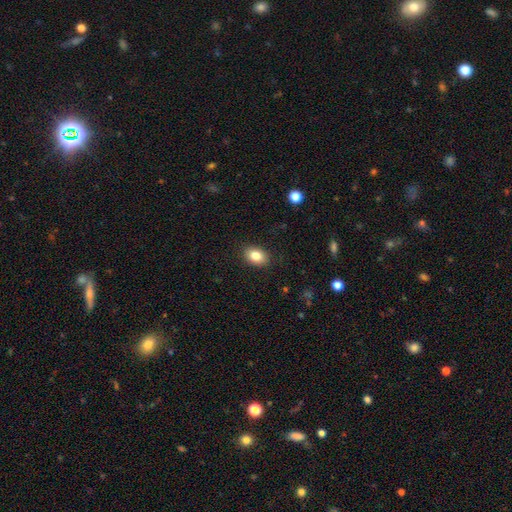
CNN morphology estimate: smooth_or_featured: smooth (p=0.84) [alt: star or artifact p=0.09]
how_rounded: in between (p=0.80) [alt: round p=0.19]
merging: none (p=0.88) [alt: minor disturbance p=0.09]